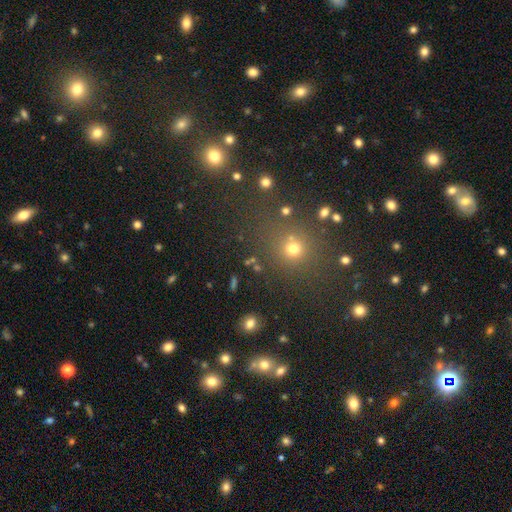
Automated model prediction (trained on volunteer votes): star or artifact 47% (tied), smooth 47% (tied), featured or disk 7%.